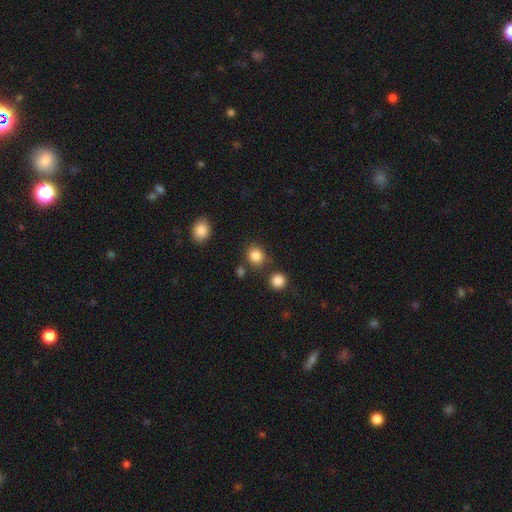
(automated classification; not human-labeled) Q: Smooth or featured?
A: smooth (85%); runner-up: star or artifact (11%)
Q: How rounded?
A: round (78%); runner-up: in between (21%)
Q: Merging?
A: none (77%); runner-up: minor disturbance (10%)